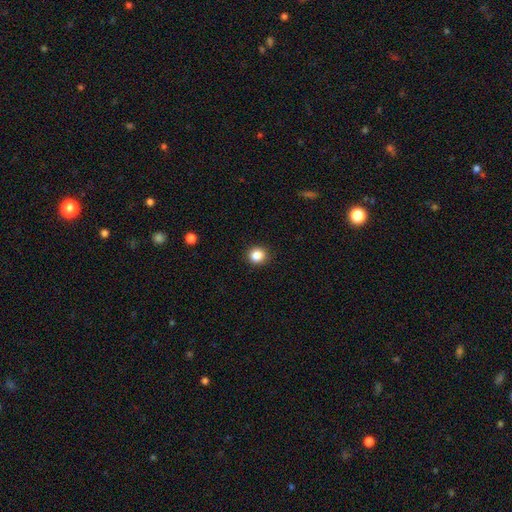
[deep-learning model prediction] A smooth galaxy with no disk features (86%) that is round (86%).

Vote fractions:
- Smooth or featured? smooth: 86% / star or artifact: 11% / featured or disk: 4%
- How rounded? round: 86% / in between: 13% / cigar-shaped: 1%
- Merging? none: 91% / minor disturbance: 6% / major disturbance: 2% / merger: 1%